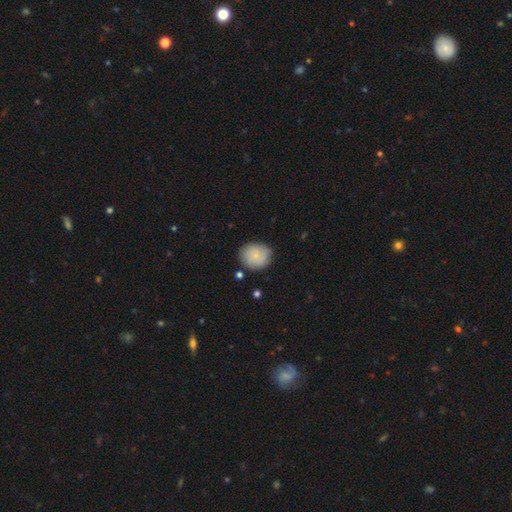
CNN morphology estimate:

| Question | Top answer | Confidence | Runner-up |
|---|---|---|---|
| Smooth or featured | smooth | 70% | featured or disk (23%) |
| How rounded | round | 78% | in between (21%) |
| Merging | none | 79% | minor disturbance (15%) |